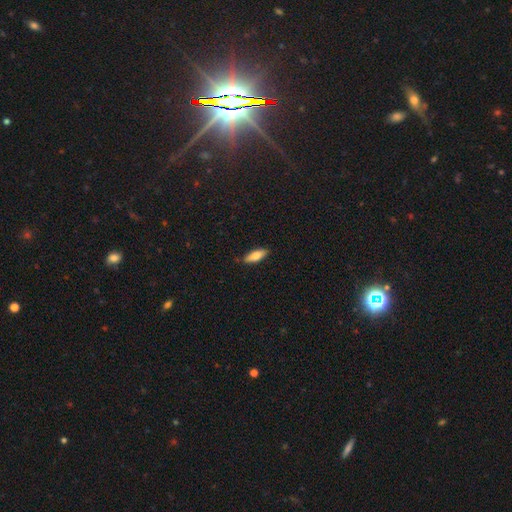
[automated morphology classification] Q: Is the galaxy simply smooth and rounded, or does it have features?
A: smooth — 75%.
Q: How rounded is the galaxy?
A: in between — 61%.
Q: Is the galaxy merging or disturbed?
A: none — 84%.